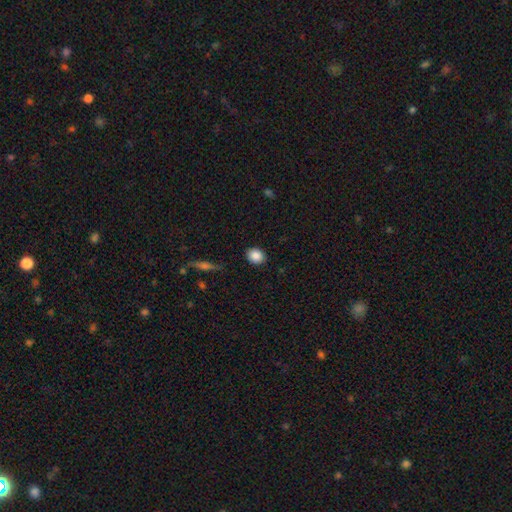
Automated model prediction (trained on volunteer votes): smooth 87%, star or artifact 8%, featured or disk 5%. Down the decision tree: how rounded — round (54%); merging — none (89%).